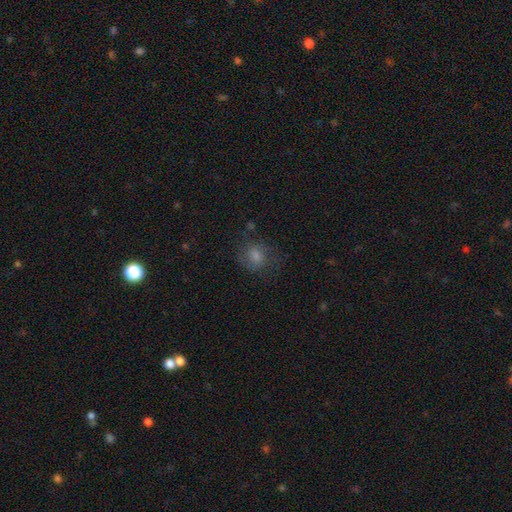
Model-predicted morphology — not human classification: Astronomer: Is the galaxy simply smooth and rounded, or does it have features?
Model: smooth — 45% (runner-up: featured or disk, 34%).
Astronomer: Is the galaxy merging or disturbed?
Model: none — 70%.